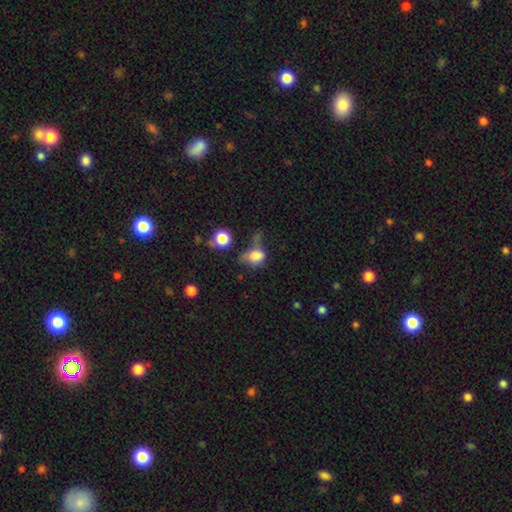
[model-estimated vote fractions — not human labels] A smooth galaxy with no disk features (73%) that is in between round and cigar-shaped (65%). Merging: major disturbance (32%).